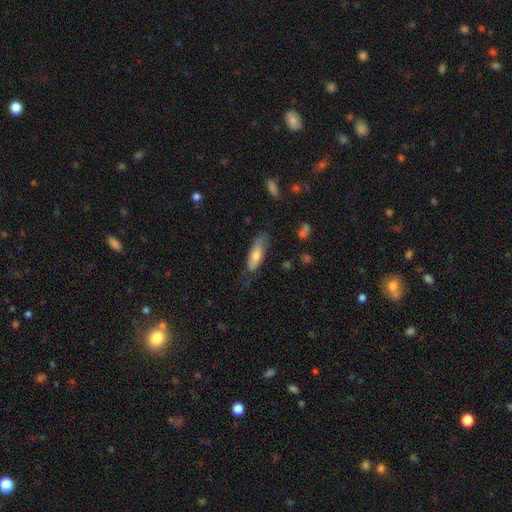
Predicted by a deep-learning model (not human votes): Smooth or featured? Predicted: smooth (p=0.66). How rounded? Predicted: in between (p=0.51). Merging? Predicted: none (p=0.62).